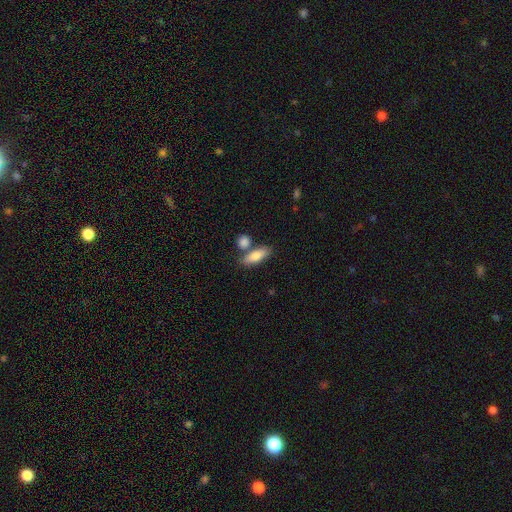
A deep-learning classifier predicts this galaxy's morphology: type=smooth (77%); roundness=in between (66%); merging=none (63%).